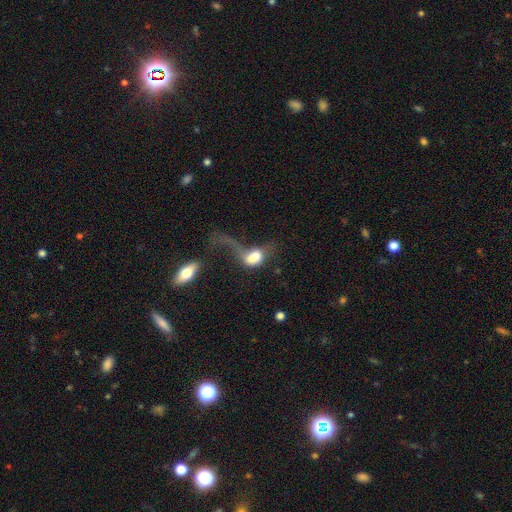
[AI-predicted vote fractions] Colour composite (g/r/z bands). It shows a smooth galaxy with no disk features (58%) that is in between round and cigar-shaped (70%). Merging: major disturbance (50%).